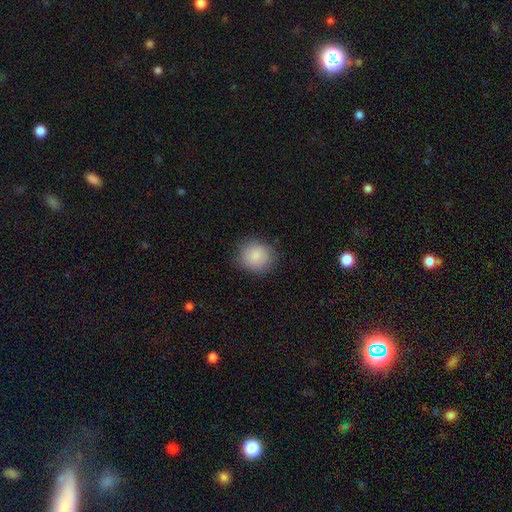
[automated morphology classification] type=smooth (87%); roundness=round (82%); merging=none (83%).